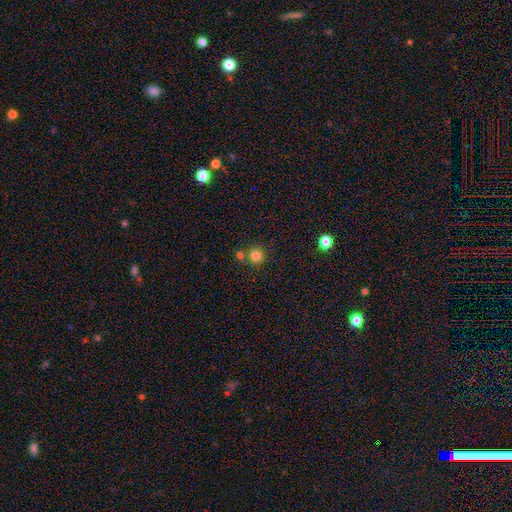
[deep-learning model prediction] The model was most divided on "merging": none: 71%, merger: 18%, minor disturbance: 8%, major disturbance: 3%. More confident: how rounded — round (93%); smooth or featured — smooth (81%).